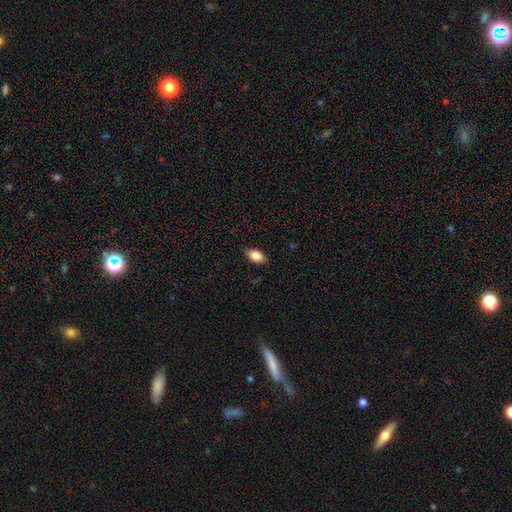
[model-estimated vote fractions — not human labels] Smooth or featured? Predicted: smooth (p=0.85). How rounded? Predicted: in between (p=0.90). Merging? Predicted: none (p=0.86).